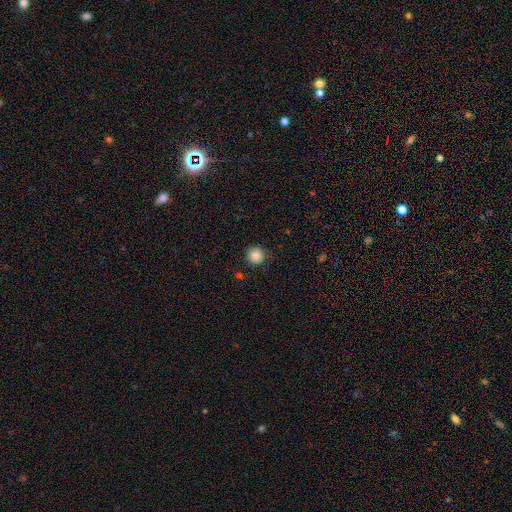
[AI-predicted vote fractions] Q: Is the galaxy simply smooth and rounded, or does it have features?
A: smooth — 84%.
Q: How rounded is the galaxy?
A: round — 94%.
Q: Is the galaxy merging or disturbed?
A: none — 83%.